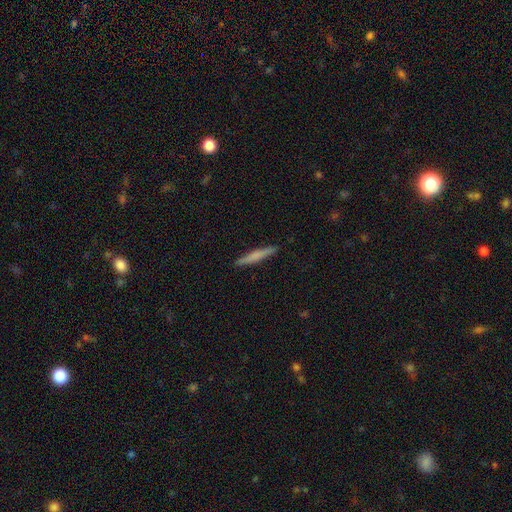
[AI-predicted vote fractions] This is possibly a smooth galaxy (59%). How rounded: clearly cigar-shaped (95%). Merging: clearly none (91%).